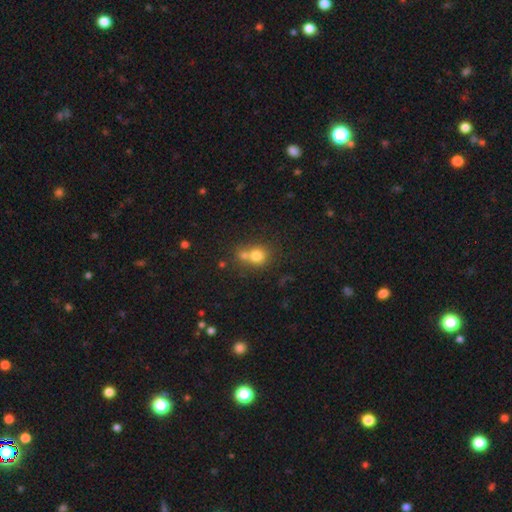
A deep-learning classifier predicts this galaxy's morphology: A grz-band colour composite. It shows a smooth galaxy with no disk features (75%) that is round (83%). Merging: none (45%).